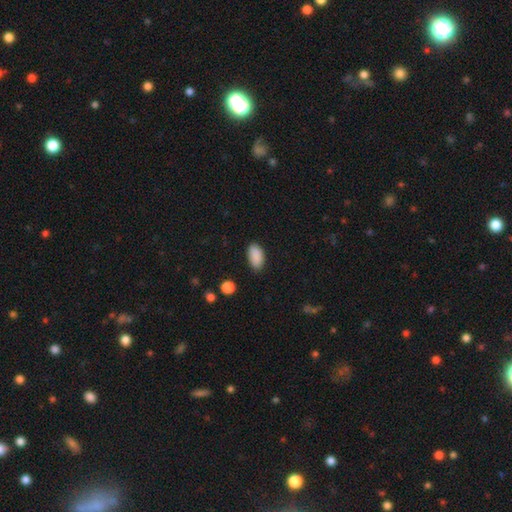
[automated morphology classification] This is clearly a smooth galaxy (89%). How rounded: clearly in between (94%). Merging: clearly none (83%).